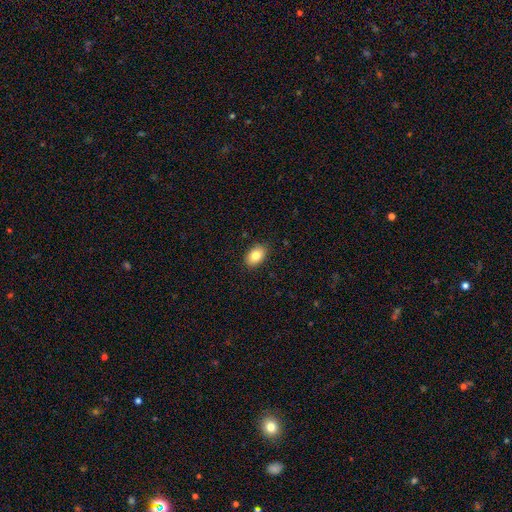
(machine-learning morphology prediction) A smooth galaxy with no disk features (83%) that is in between round and cigar-shaped (85%). Merging: none (88%).